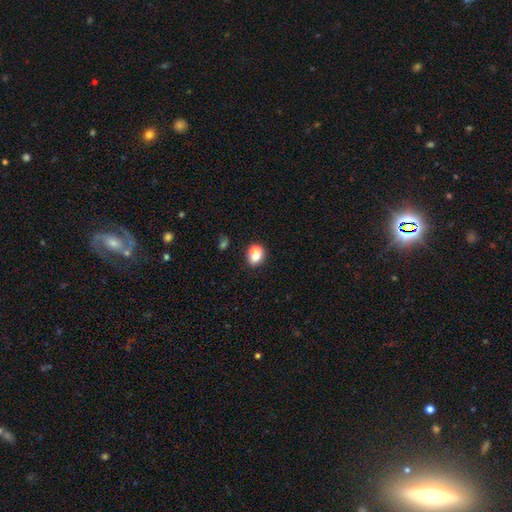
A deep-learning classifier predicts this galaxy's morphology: A smooth galaxy with no disk features (72%) that is in between round and cigar-shaped (52%).

Vote fractions:
- Smooth or featured? smooth: 72% / featured or disk: 18% / star or artifact: 11%
- How rounded? in between: 52% / round: 47% / cigar-shaped: 2%
- Merging? merger: 48% / none: 36% / minor disturbance: 11% / major disturbance: 5%